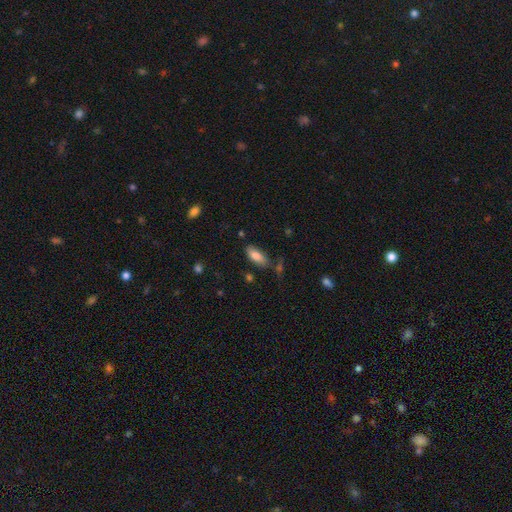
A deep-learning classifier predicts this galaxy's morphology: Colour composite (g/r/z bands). It shows a smooth galaxy with no disk features (82%) that is in between round and cigar-shaped (84%). Merging: none (69%).